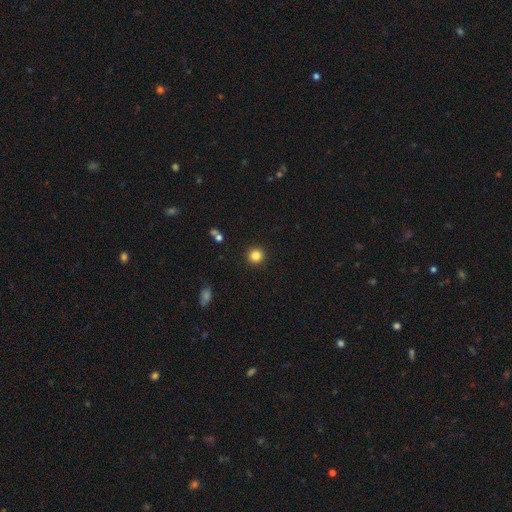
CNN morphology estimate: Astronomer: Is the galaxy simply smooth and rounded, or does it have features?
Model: smooth — 83%.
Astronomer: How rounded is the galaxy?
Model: round — 94%.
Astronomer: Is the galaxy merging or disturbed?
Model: none — 92%.